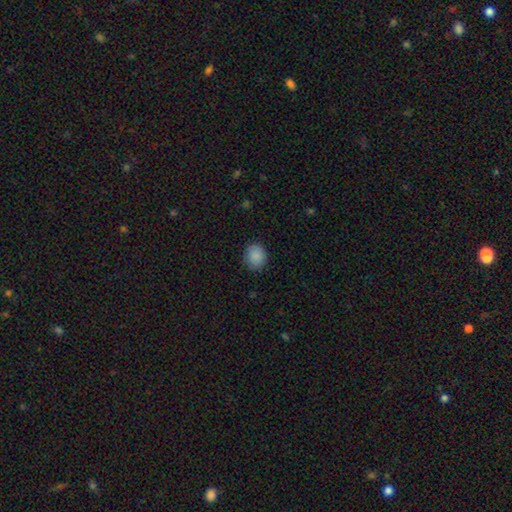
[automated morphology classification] This appears to be a smooth galaxy with no disk features (89%) that is round (72%). Merging: none (86%).